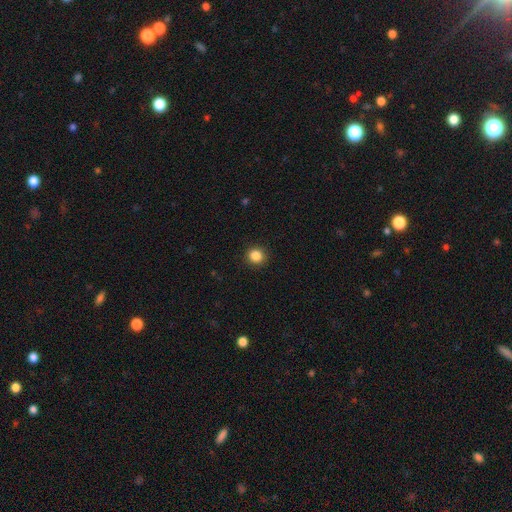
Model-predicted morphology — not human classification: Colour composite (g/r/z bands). It shows a smooth galaxy with no disk features (86%) that is round (90%). Merging: none (92%).